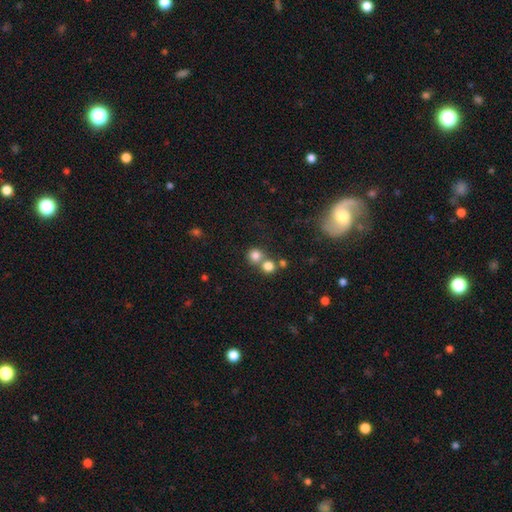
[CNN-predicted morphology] This appears to be a smooth galaxy with no disk features (79%) that is round (89%). Merging: none (54%).